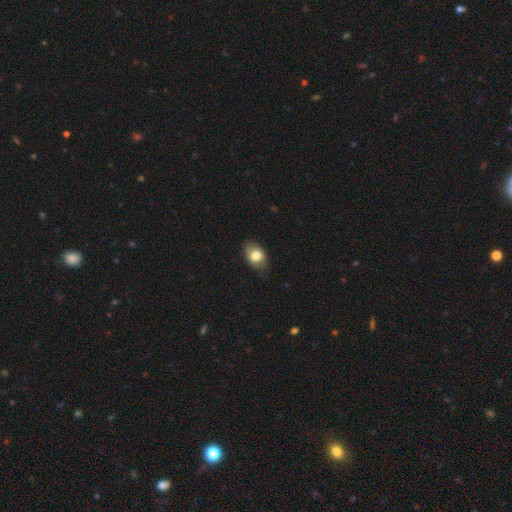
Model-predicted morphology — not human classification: Smooth or featured: smooth — 76% (featured or disk — 16%)
How rounded: in between — 79% (round — 20%)
Merging: none — 70% (minor disturbance — 24%)